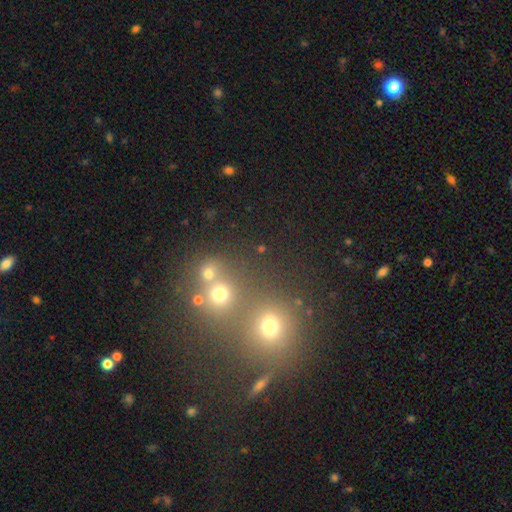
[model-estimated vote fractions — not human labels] This is possibly a smooth galaxy (47%). Merging: possibly none (52%).